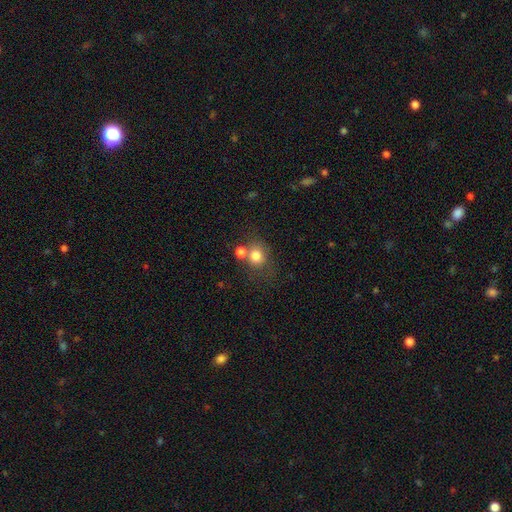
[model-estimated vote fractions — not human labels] smooth 79%, star or artifact 12%, featured or disk 10%. Down the decision tree: how rounded — round (74%); merging — none (51%).